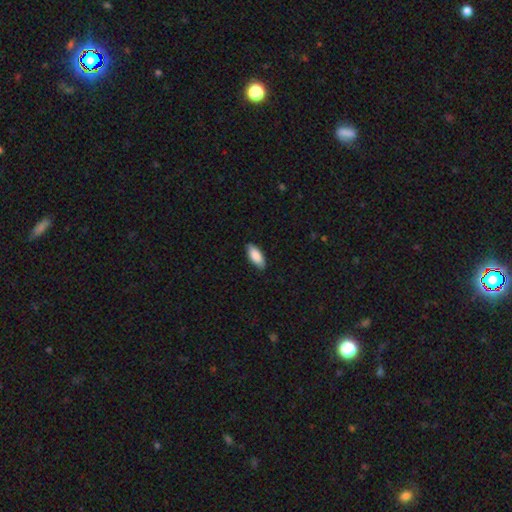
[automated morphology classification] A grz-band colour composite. It shows a smooth galaxy with no disk features (86%) that is in between round and cigar-shaped (86%). Merging: none (87%).